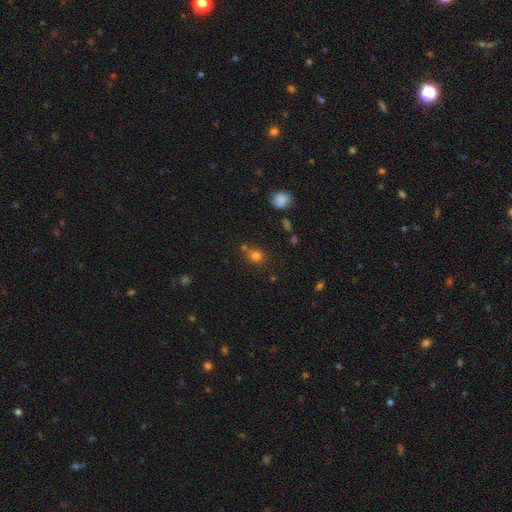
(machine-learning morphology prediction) This appears to be a smooth galaxy with no disk features (77%) that is round (76%). Merging: none (60%).